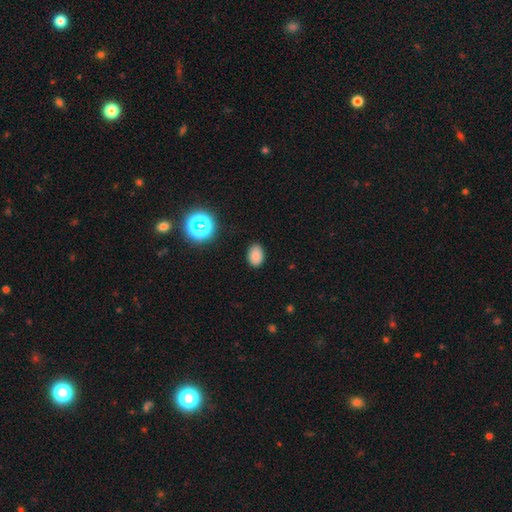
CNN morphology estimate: type=smooth (81%); roundness=in between (82%); merging=none (86%).